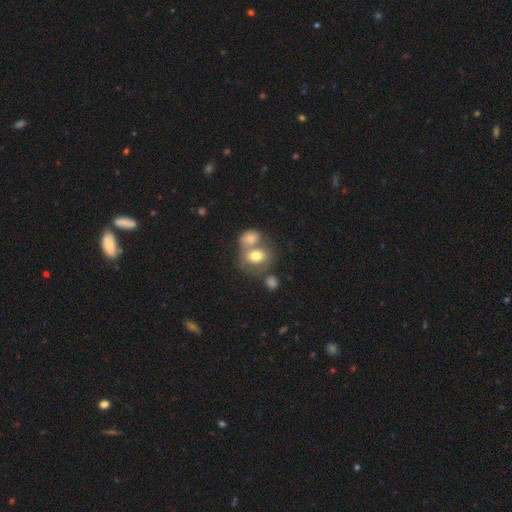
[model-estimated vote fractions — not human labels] Smooth or featured? Predicted: smooth (p=0.64). How rounded? Predicted: in between (p=0.56). Merging? Predicted: merger (p=0.56).